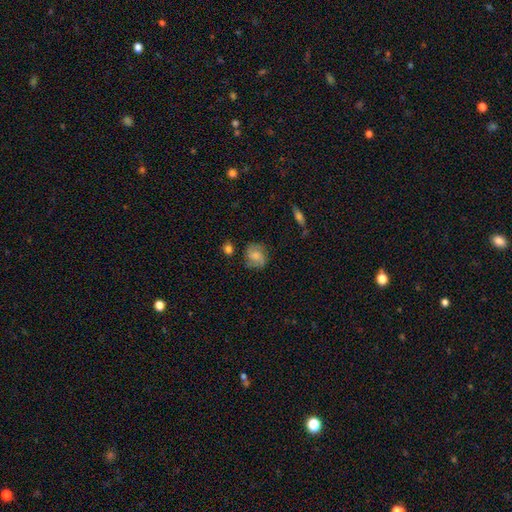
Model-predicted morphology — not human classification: A smooth galaxy with no disk features (56%) that is round (66%).

Vote fractions:
- Smooth or featured? smooth: 56% / featured or disk: 35% / star or artifact: 9%
- How rounded? round: 66% / in between: 33% / cigar-shaped: 2%
- Merging? none: 68% / minor disturbance: 22% / major disturbance: 8% / merger: 3%